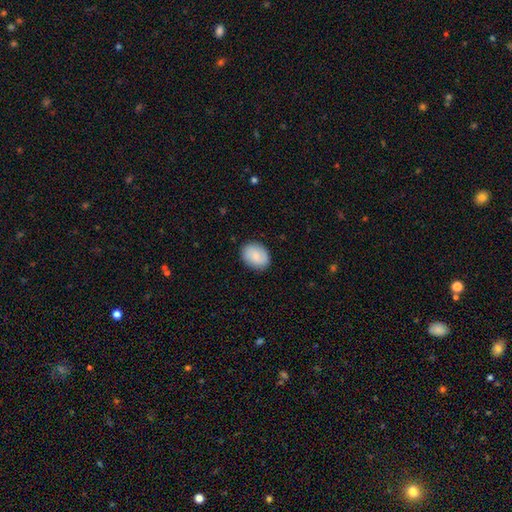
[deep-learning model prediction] smooth 79%, featured or disk 15%, star or artifact 7%. Down the decision tree: how rounded — in between (63%); merging — none (87%).